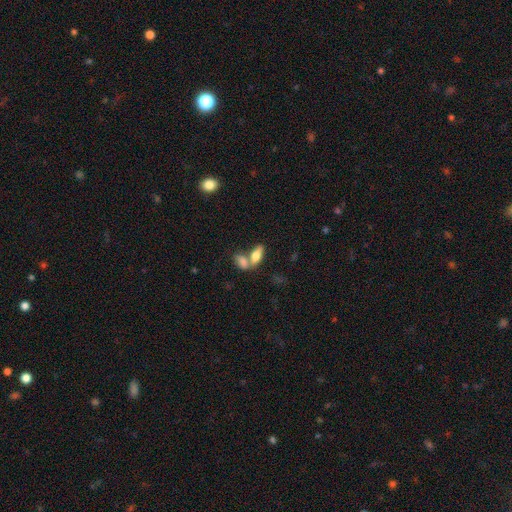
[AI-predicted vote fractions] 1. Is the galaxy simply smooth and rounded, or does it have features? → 72% smooth, 20% featured or disk, 8% star or artifact.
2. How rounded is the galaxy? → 81% in between, 15% cigar-shaped, 4% round.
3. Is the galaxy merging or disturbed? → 51% merger, 36% none, 9% minor disturbance, 4% major disturbance.